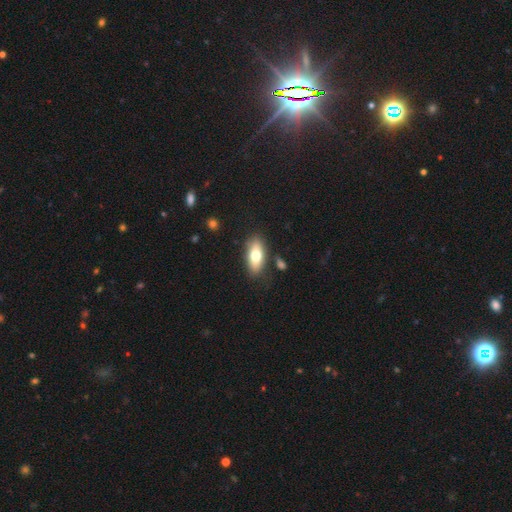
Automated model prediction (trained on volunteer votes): Morphology: type=smooth (71%); roundness=in between (85%); merging=none (81%).